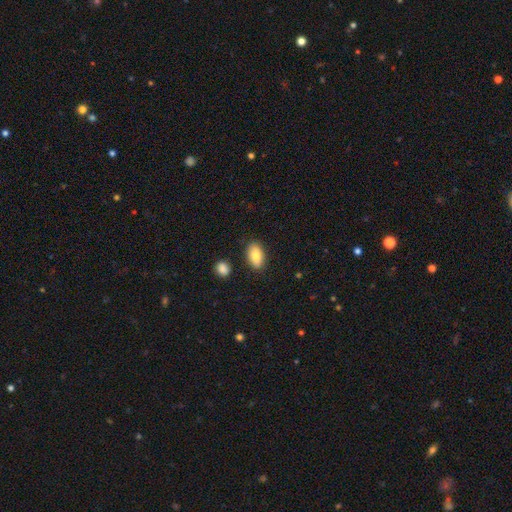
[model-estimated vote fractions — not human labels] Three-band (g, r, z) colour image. It shows a smooth galaxy with no disk features (84%) that is in between round and cigar-shaped (90%). Merging: none (85%).